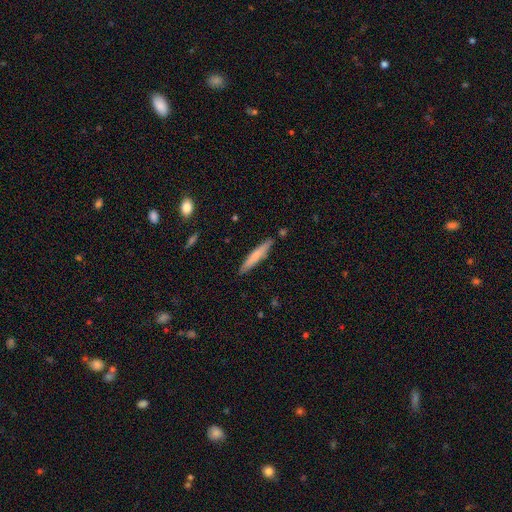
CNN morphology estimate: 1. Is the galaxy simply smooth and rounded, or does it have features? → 68% smooth, 27% featured or disk, 6% star or artifact.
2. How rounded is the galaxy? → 94% cigar-shaped, 5% in between, 1% round.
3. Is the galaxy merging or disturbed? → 87% none, 9% minor disturbance, 2% merger, 2% major disturbance.